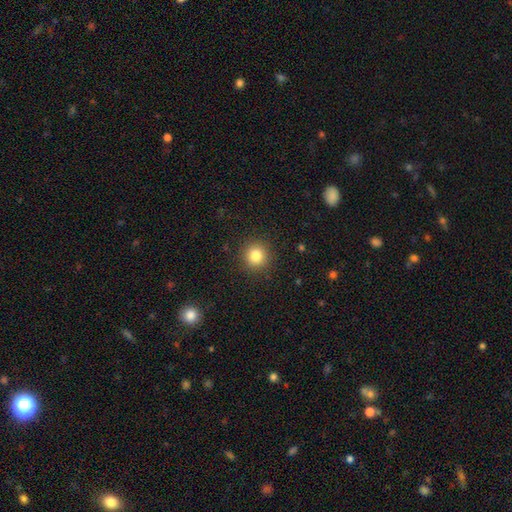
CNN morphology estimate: type=smooth (82%); roundness=round (94%); merging=none (91%).